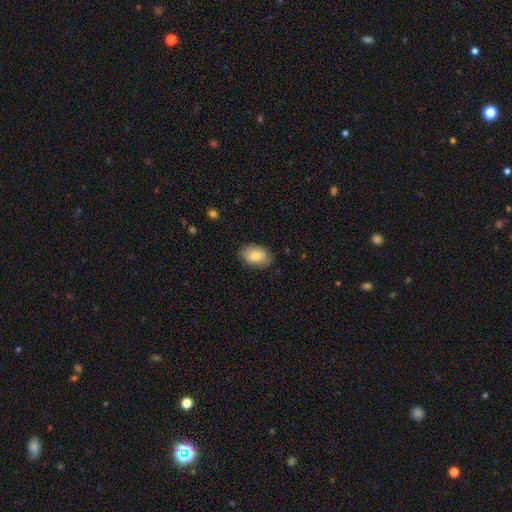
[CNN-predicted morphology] The model was most divided on "smooth or featured": smooth: 77%, featured or disk: 16%, star or artifact: 7%. More confident: how rounded — in between (92%); merging — none (82%).